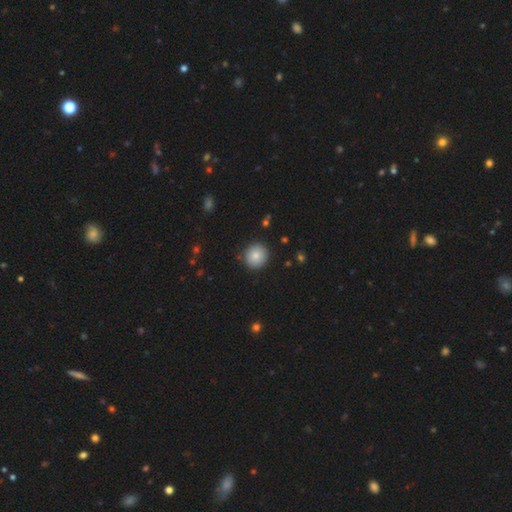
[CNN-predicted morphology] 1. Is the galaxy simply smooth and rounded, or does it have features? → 85% smooth, 8% star or artifact, 7% featured or disk.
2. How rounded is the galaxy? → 92% round, 7% in between, 1% cigar-shaped.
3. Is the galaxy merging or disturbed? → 91% none, 6% minor disturbance, 2% major disturbance, 1% merger.